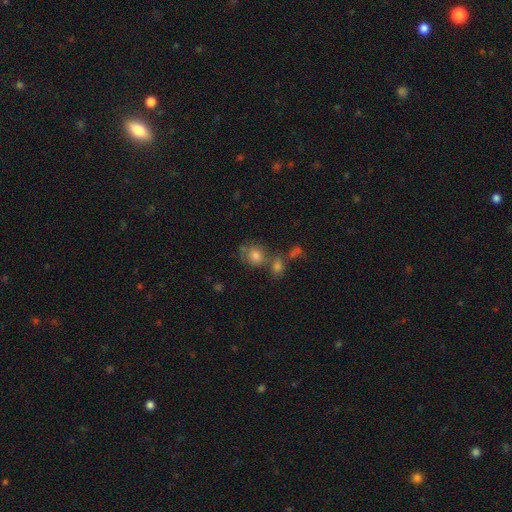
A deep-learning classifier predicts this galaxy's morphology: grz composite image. It shows a smooth galaxy with no disk features (72%) that is round (74%). Merging: none (49%).